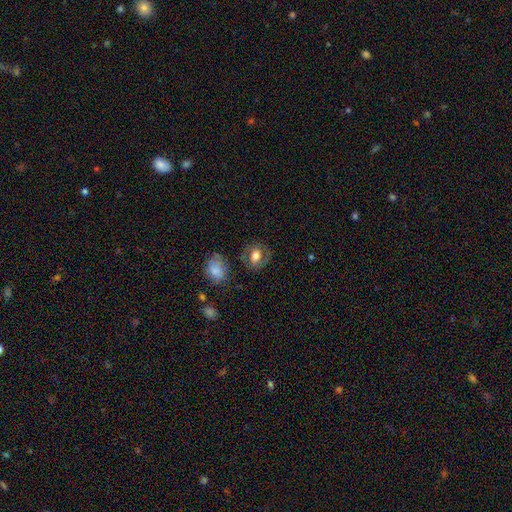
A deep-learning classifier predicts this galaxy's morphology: smooth-or-featured: smooth: 55% | featured or disk: 37% | star or artifact: 8%
  how-rounded: round: 53% | in between: 46% | cigar-shaped: 1%
  merging: none: 76% | minor disturbance: 15% | major disturbance: 7% | merger: 3%